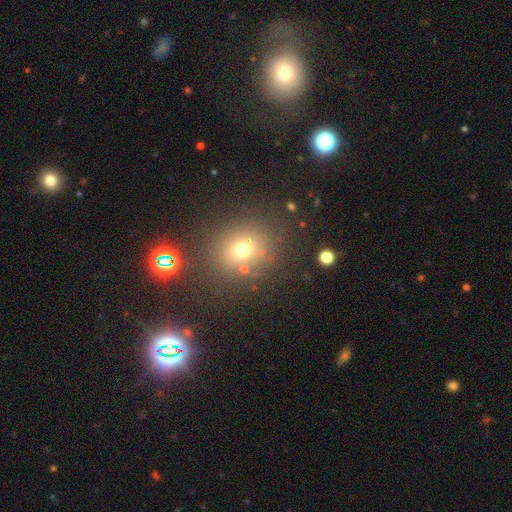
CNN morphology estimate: smooth_or_featured: smooth (p=0.50) [alt: star or artifact p=0.39]
merging: none (p=0.80) [alt: minor disturbance p=0.09]